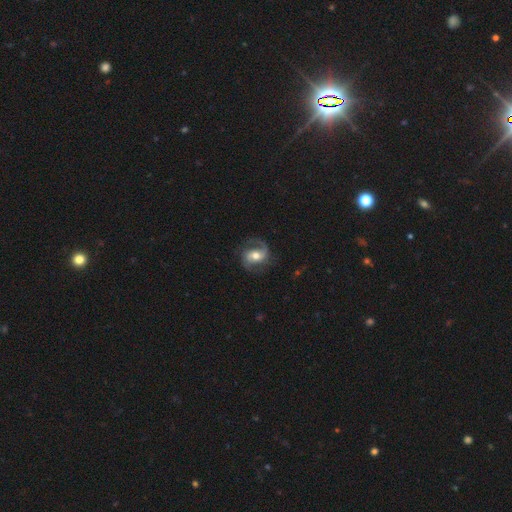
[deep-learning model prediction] A featured or disk galaxy (81%) with a weak bar (40%), 2 (82%) medium (50%) spiral arms (94%) and a moderate central bulge (70%). Merging: none (72%).